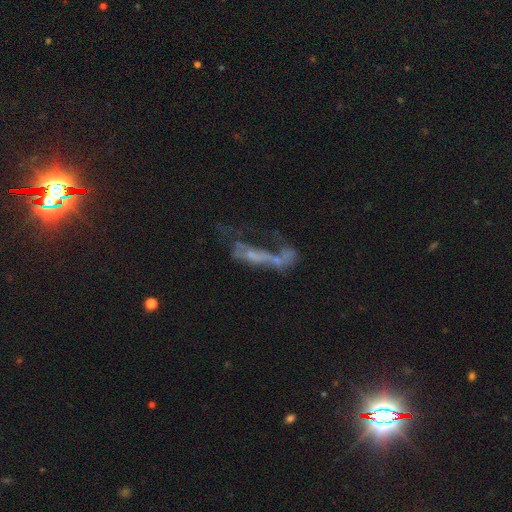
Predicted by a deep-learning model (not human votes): A featured or disk galaxy (53%). Merging: merger (43%).